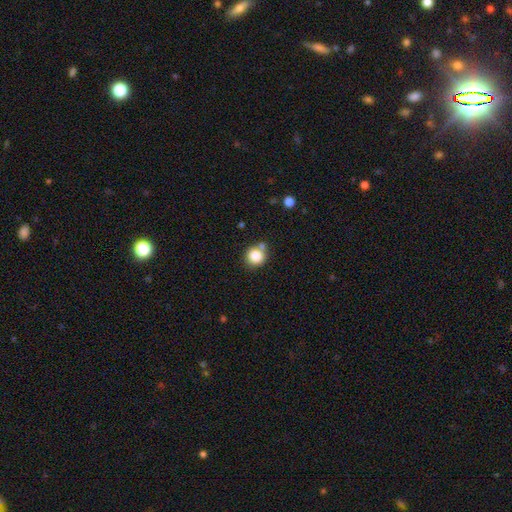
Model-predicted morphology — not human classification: Q: Smooth or featured?
A: smooth (84%); runner-up: star or artifact (10%)
Q: How rounded?
A: round (89%); runner-up: in between (10%)
Q: Merging?
A: none (70%); runner-up: merger (14%)